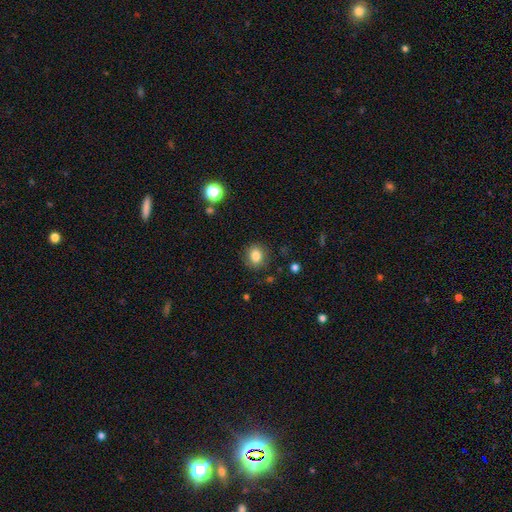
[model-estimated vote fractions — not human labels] Smooth or featured?
  - smooth: 84% *
  - star or artifact: 10%
  - featured or disk: 6%
How rounded?
  - round: 65% *
  - in between: 34%
  - cigar-shaped: 1%
Merging?
  - none: 85% *
  - minor disturbance: 11%
  - major disturbance: 3%
  - merger: 2%